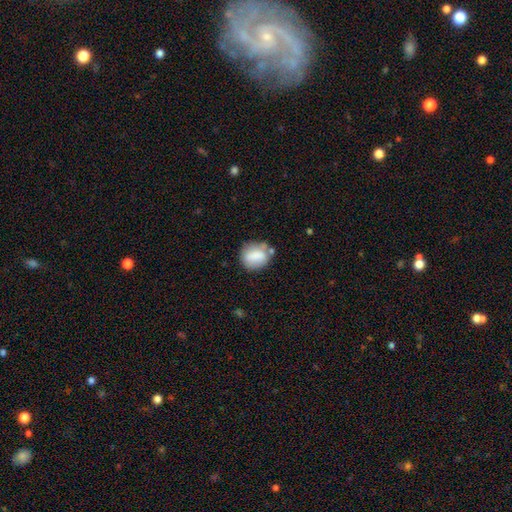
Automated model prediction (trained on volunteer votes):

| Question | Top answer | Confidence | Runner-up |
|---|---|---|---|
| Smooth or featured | smooth | 78% | featured or disk (14%) |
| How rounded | round | 62% | in between (36%) |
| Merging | none | 62% | minor disturbance (21%) |